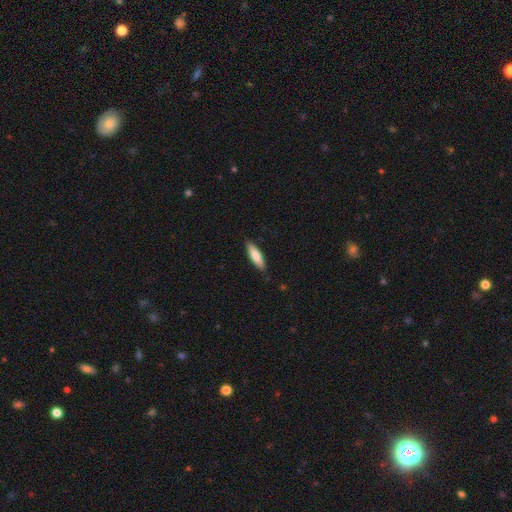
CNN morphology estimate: Smooth or featured? smooth (75%)
How rounded? cigar-shaped (60%)
Merging? none (87%)